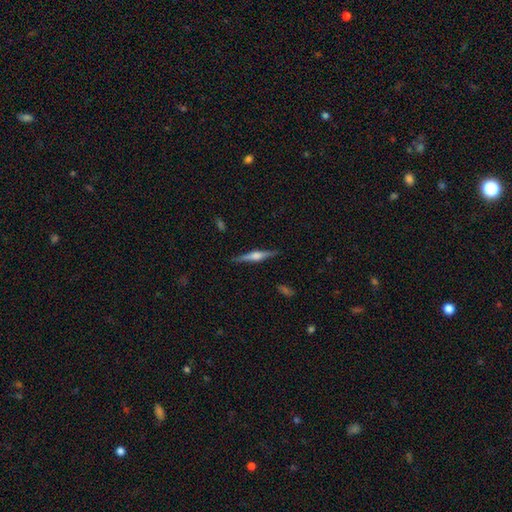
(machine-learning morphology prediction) Smooth or featured: featured or disk — 73% (smooth — 21%)
Edge-on disk: yes — 98% (no — 2%)
Edge-on bulge: rounded — 82% (boxy — 15%)
Merging: none — 89% (minor disturbance — 8%)